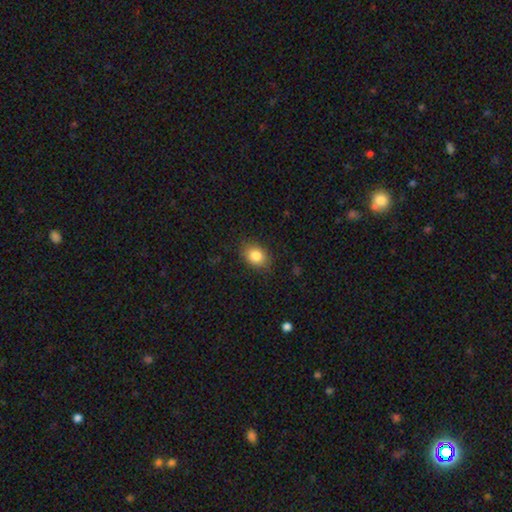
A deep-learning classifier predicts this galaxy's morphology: Smooth or featured? Predicted: smooth (p=0.84). How rounded? Predicted: in between (p=0.61). Merging? Predicted: none (p=0.84).